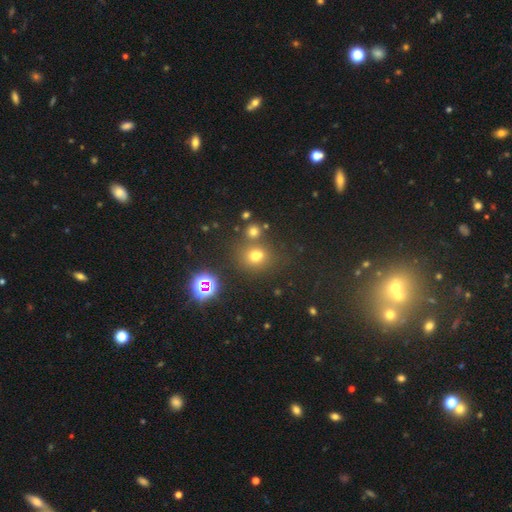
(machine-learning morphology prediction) Smooth or featured? smooth (64%)
How rounded? round (73%)
Merging? none (63%)